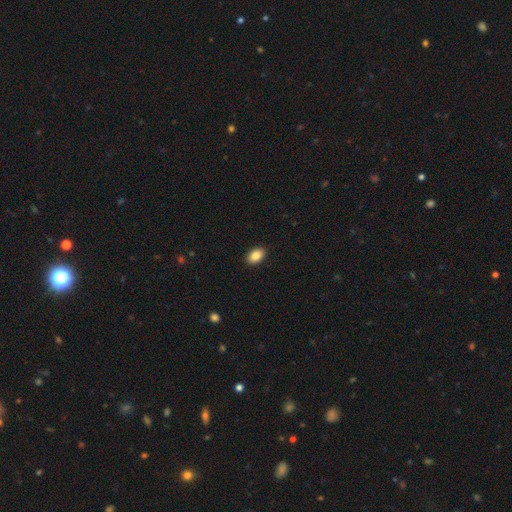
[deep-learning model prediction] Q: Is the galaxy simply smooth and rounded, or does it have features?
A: smooth — 88%.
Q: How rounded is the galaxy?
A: in between — 90%.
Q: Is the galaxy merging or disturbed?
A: none — 91%.